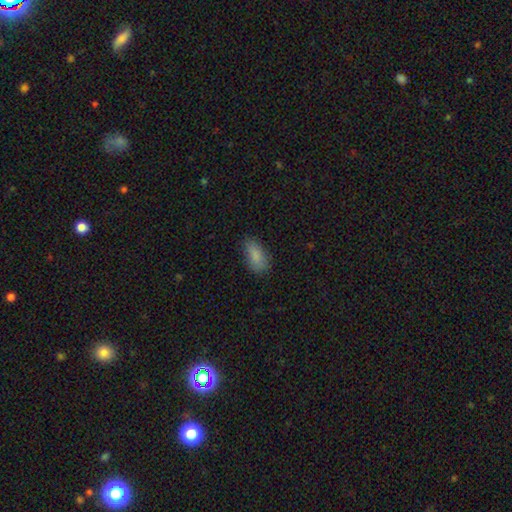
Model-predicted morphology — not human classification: This appears to be a smooth galaxy with no disk features (86%) that is in between round and cigar-shaped (89%). Merging: none (76%).